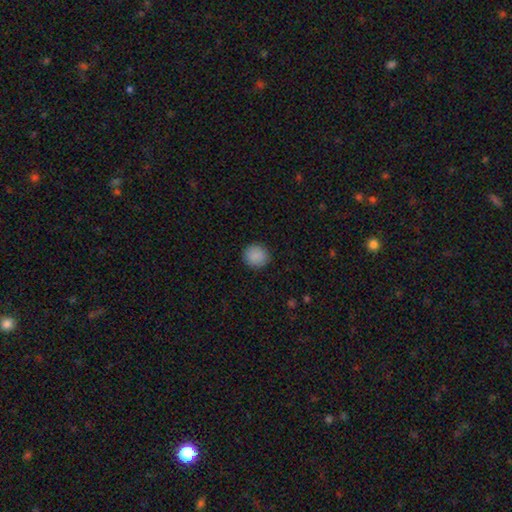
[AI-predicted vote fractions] smooth-or-featured: smooth: 89% | star or artifact: 8% | featured or disk: 3%
  how-rounded: round: 91% | in between: 8% | cigar-shaped: 1%
  merging: none: 91% | minor disturbance: 6% | major disturbance: 2% | merger: 1%